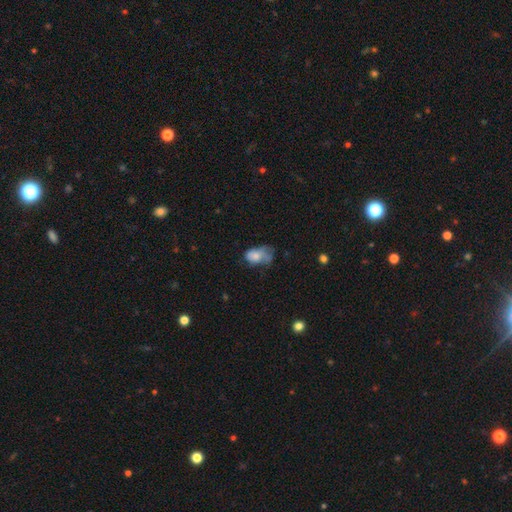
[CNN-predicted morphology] This is likely a smooth galaxy (62%). How rounded: clearly in between (86%). Merging: marginally major disturbance (42%).